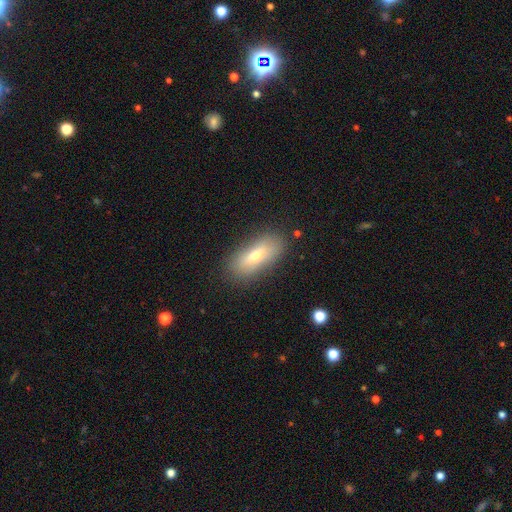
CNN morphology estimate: Overall: smooth (64%; featured or disk 26%). How rounded: in between (77%). Merging: none (84%).